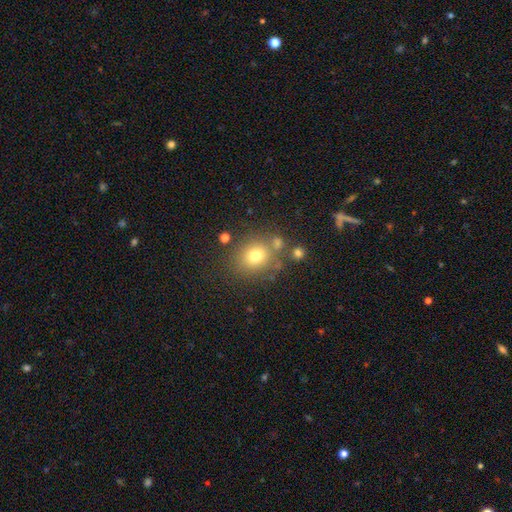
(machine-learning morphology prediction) Smooth or featured? smooth (73%)
How rounded? round (74%)
Merging? none (73%)